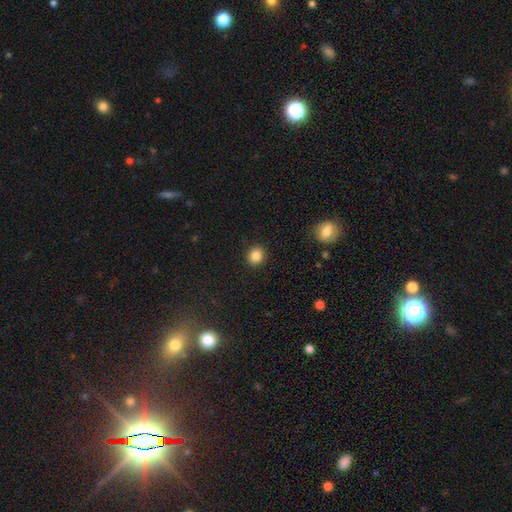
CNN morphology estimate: type=smooth (85%); roundness=round (80%); merging=none (91%).